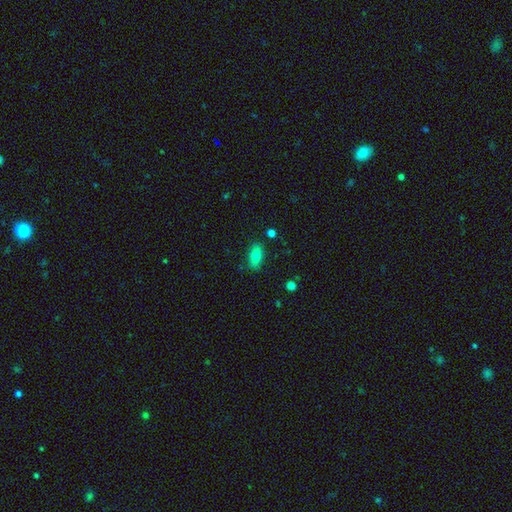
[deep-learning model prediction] Smooth or featured: smooth — 81% (featured or disk — 10%)
How rounded: in between — 84% (cigar-shaped — 12%)
Merging: none — 82% (minor disturbance — 12%)